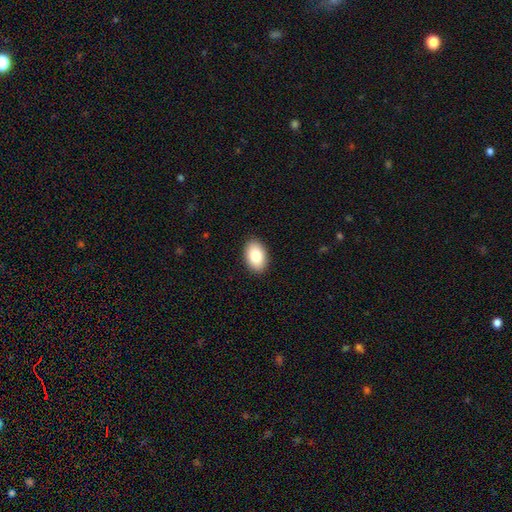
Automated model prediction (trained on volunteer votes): Smooth or featured? Predicted: smooth (p=0.83). How rounded? Predicted: in between (p=0.91). Merging? Predicted: none (p=0.90).